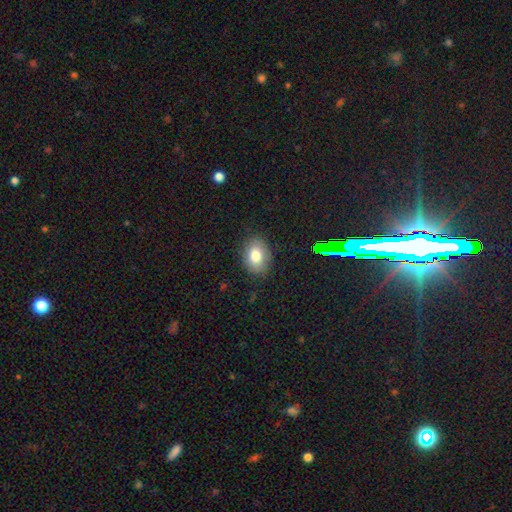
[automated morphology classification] Q: Smooth or featured?
A: smooth (79%); runner-up: featured or disk (11%)
Q: How rounded?
A: in between (77%); runner-up: round (22%)
Q: Merging?
A: none (84%); runner-up: minor disturbance (12%)